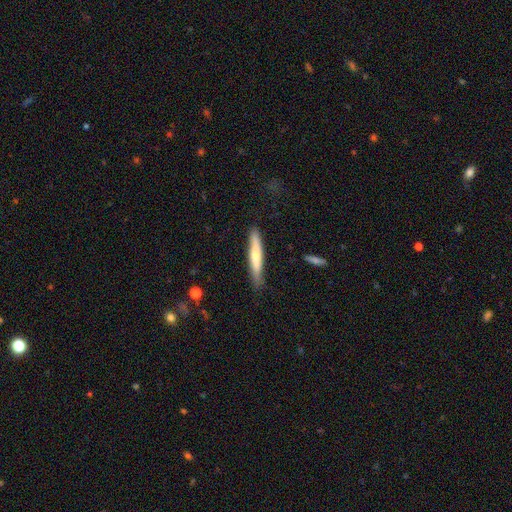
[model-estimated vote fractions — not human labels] Smooth or featured?
  - smooth: 58% *
  - featured or disk: 36%
  - star or artifact: 5%
How rounded?
  - cigar-shaped: 92% *
  - in between: 7%
  - round: 1%
Merging?
  - none: 82% *
  - minor disturbance: 14%
  - major disturbance: 2%
  - merger: 1%